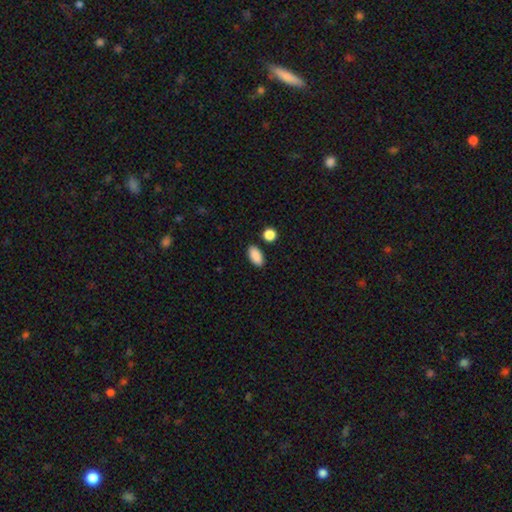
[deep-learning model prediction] smooth 90%, star or artifact 7%, featured or disk 3%. Down the decision tree: how rounded — in between (91%); merging — none (86%).